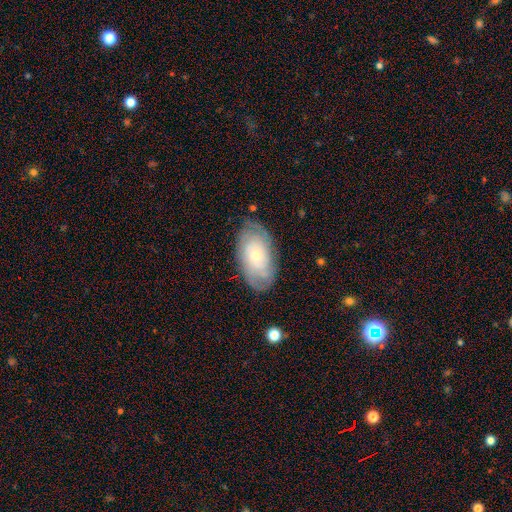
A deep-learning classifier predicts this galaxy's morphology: Smooth or featured? featured or disk (62%)
Edge-on disk? no (93%)
Bar? no (83%)
Spiral arms? yes (79%)
Bulge size? small (69%)
Merging? none (77%)